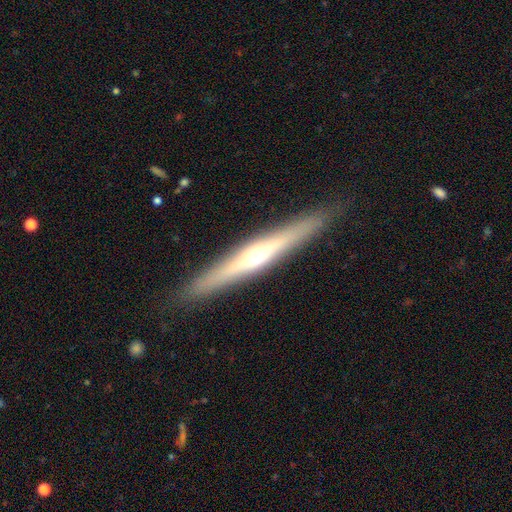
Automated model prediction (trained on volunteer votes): Smooth or featured? Predicted: featured or disk (p=0.66). Edge-on disk? Predicted: yes (p=0.95). Edge-on bulge? Predicted: rounded (p=0.81). Merging? Predicted: none (p=0.90).